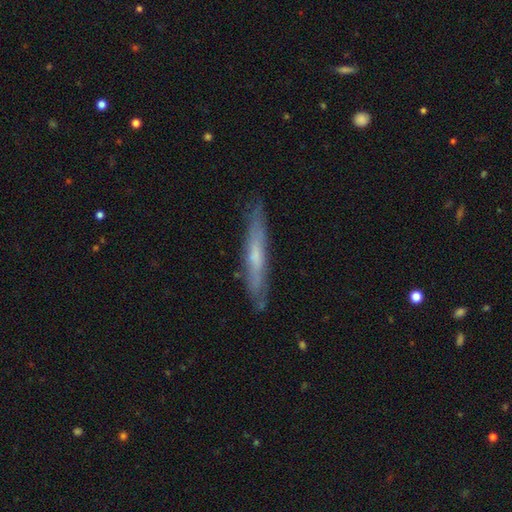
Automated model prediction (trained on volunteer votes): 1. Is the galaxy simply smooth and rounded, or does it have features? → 52% featured or disk, 41% smooth, 6% star or artifact.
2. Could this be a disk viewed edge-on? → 86% yes, 14% no.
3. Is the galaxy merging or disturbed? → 84% none, 13% minor disturbance, 2% major disturbance, 1% merger.